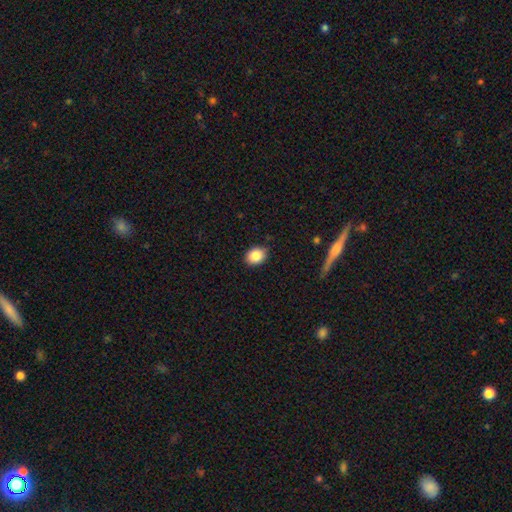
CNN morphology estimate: Smooth or featured?
  - smooth: 86% *
  - star or artifact: 8%
  - featured or disk: 5%
How rounded?
  - in between: 59% *
  - round: 40%
  - cigar-shaped: 1%
Merging?
  - none: 87% *
  - minor disturbance: 10%
  - major disturbance: 2%
  - merger: 1%